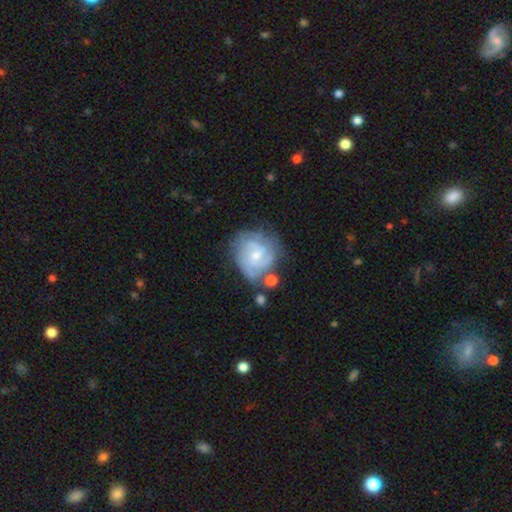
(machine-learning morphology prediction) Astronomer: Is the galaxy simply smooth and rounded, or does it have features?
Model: featured or disk — 82%.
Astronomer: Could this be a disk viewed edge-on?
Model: no — 98%.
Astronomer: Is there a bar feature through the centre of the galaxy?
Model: no — 55% (runner-up: weak, 39%).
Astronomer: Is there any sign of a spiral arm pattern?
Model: yes — 95%.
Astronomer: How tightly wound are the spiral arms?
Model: tight — 62%.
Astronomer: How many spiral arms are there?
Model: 2 — 33% (runner-up: can't tell, 27%).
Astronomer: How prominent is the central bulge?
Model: small — 60%.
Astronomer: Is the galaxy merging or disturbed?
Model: none — 61%.